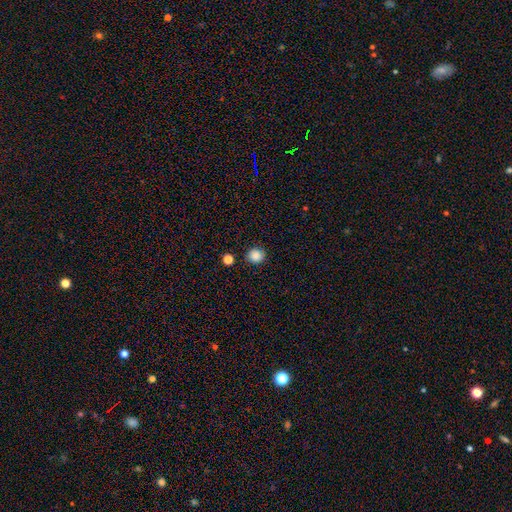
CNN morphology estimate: smooth-or-featured: smooth: 86% | star or artifact: 11% | featured or disk: 3%
  how-rounded: round: 87% | in between: 12% | cigar-shaped: 1%
  merging: none: 87% | minor disturbance: 8% | merger: 3% | major disturbance: 2%